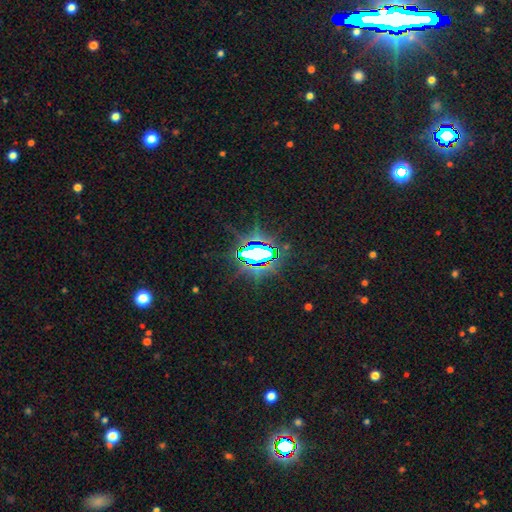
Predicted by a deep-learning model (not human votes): A star or artifact, not a galaxy (78%).

Vote fractions:
- Smooth or featured? star or artifact: 78% / featured or disk: 12% / smooth: 10%